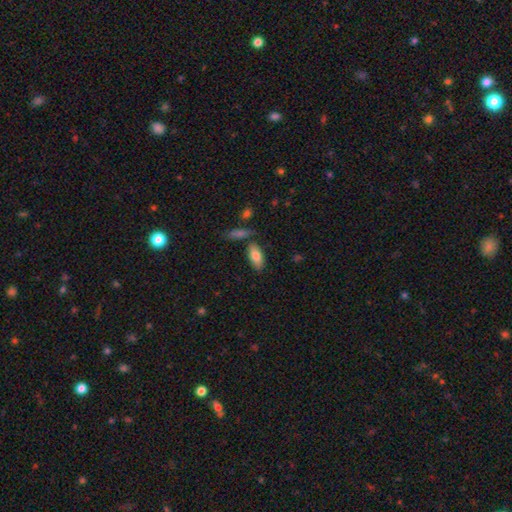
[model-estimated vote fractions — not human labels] Smooth or featured: smooth — 81% (featured or disk — 12%)
How rounded: in between — 90% (cigar-shaped — 8%)
Merging: none — 75% (minor disturbance — 14%)